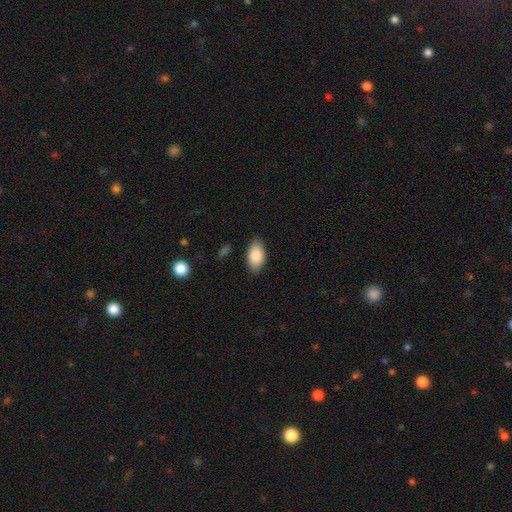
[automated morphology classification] Smooth or featured?
  - smooth: 87% *
  - featured or disk: 7%
  - star or artifact: 6%
How rounded?
  - in between: 94% *
  - round: 4%
  - cigar-shaped: 2%
Merging?
  - none: 84% *
  - minor disturbance: 12%
  - major disturbance: 3%
  - merger: 1%